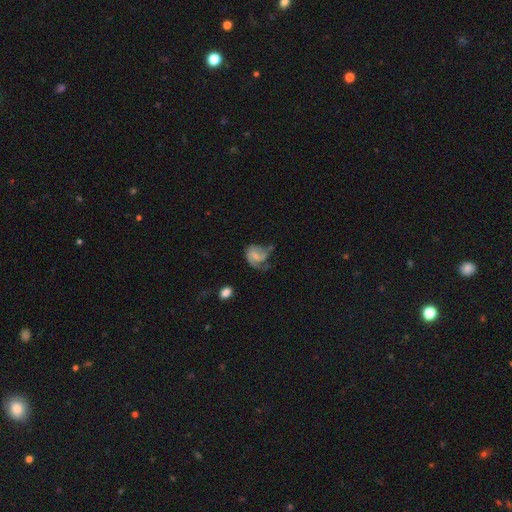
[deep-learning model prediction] A featured or disk galaxy (70%) with a weak bar (48%), 2 (56%) medium (45%) spiral arms (90%) and a small central bulge (52%).

Vote fractions:
- Smooth or featured? featured or disk: 70% / smooth: 22% / star or artifact: 7%
- Edge-on disk? no: 98% / yes: 2%
- Bar? weak: 48% / no: 38% / strong: 14%
- Spiral arms? yes: 90% / no: 10%
- Spiral winding? medium: 45% / tight: 32% / loose: 23%
- Spiral arm count? 2: 56% / 1: 26% / can't tell: 11% / 3: 5% / 4: 1% / more than 4: 1%
- Bulge size? small: 52% / moderate: 28% / none: 17% / large: 2% / dominant: 1%
- Merging? none: 42% / minor disturbance: 27% / major disturbance: 26% / merger: 5%